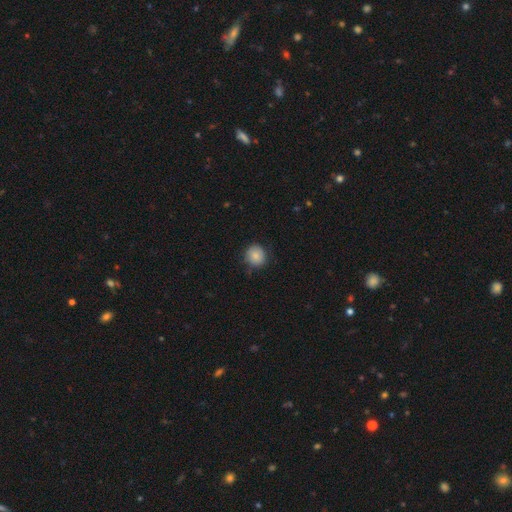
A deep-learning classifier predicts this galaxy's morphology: smooth-or-featured: smooth: 85% | star or artifact: 9% | featured or disk: 7%
  how-rounded: round: 86% | in between: 13% | cigar-shaped: 1%
  merging: none: 81% | minor disturbance: 15% | major disturbance: 3% | merger: 1%